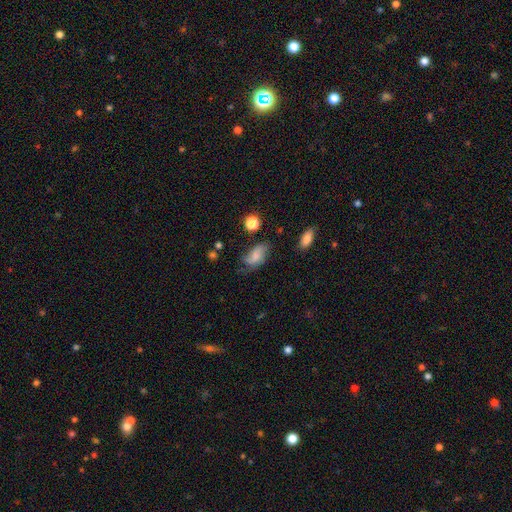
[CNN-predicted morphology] A smooth galaxy with no disk features (61%) that is in between round and cigar-shaped (88%). Merging: none (48%).